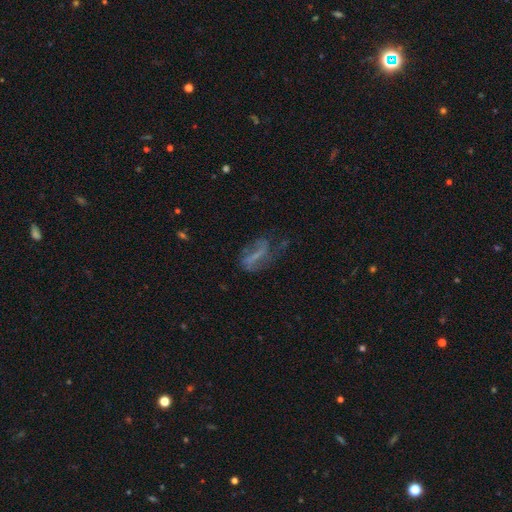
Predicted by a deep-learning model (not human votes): Smooth or featured?
  - featured or disk: 54% *
  - smooth: 30%
  - star or artifact: 16%
Edge-on disk?
  - no: 89% *
  - yes: 11%
Merging?
  - none: 42% *
  - major disturbance: 30%
  - minor disturbance: 24%
  - merger: 5%